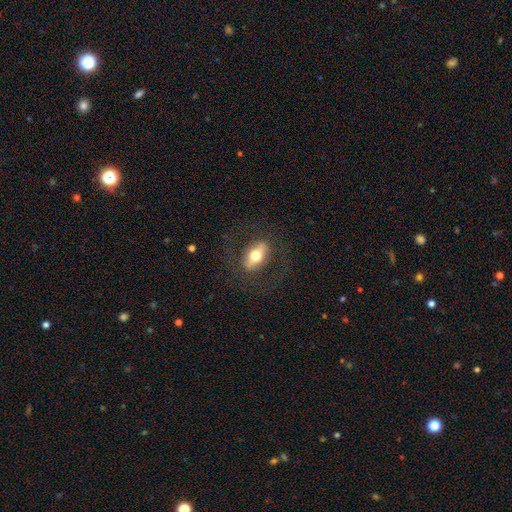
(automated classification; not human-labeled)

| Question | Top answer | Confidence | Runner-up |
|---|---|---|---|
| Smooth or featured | smooth | 52% | featured or disk (41%) |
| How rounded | in between | 82% | cigar-shaped (10%) |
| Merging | none | 80% | minor disturbance (11%) |